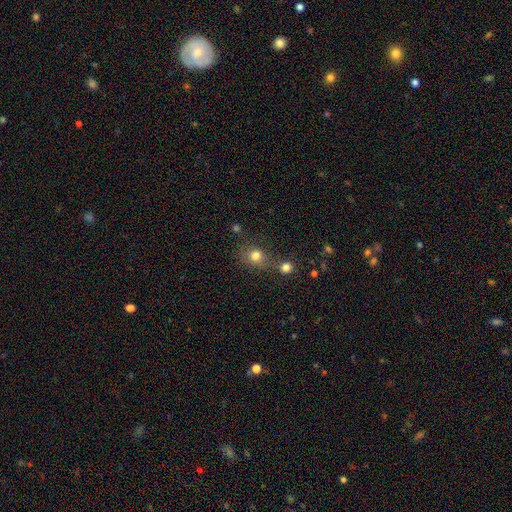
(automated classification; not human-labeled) Q: Smooth or featured?
A: smooth (78%); runner-up: star or artifact (14%)
Q: How rounded?
A: round (76%); runner-up: in between (23%)
Q: Merging?
A: none (62%); runner-up: merger (19%)